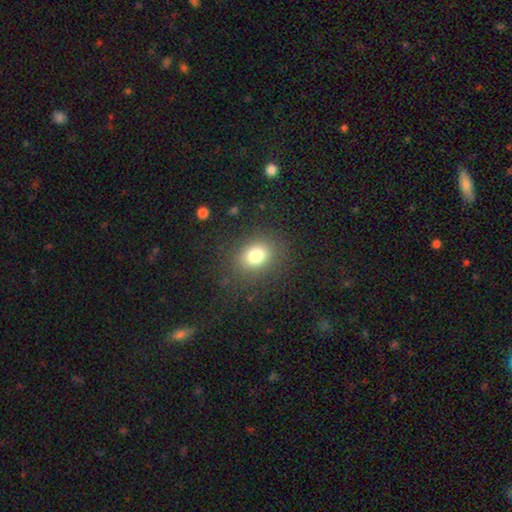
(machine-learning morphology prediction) Smooth or featured? smooth (78%)
How rounded? round (58%)
Merging? none (83%)